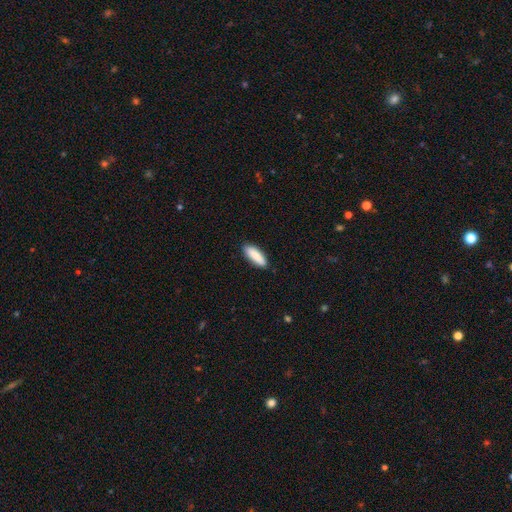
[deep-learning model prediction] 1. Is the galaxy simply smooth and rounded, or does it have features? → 88% smooth, 6% featured or disk, 6% star or artifact.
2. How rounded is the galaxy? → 52% in between, 47% cigar-shaped, 2% round.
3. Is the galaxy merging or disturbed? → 89% none, 9% minor disturbance, 2% major disturbance, 1% merger.